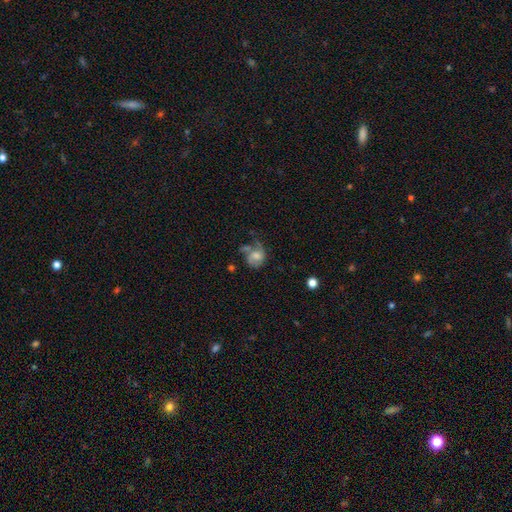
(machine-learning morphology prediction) This appears to be a featured or disk galaxy (50%). Merging: none (33%).